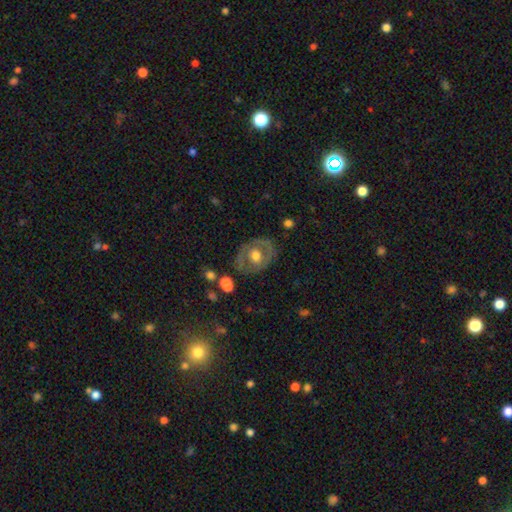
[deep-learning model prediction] smooth-or-featured: featured or disk: 55% | smooth: 38% | star or artifact: 7%
  disk-edge-on: no: 94% | yes: 6%
    bar: no: 80% | weak: 16% | strong: 4%
    has-spiral-arms: no: 76% | yes: 24%
    bulge-size: moderate: 66% | large: 24% | small: 7% | dominant: 2% | none: 2%
  merging: none: 72% | minor disturbance: 17% | major disturbance: 8% | merger: 3%